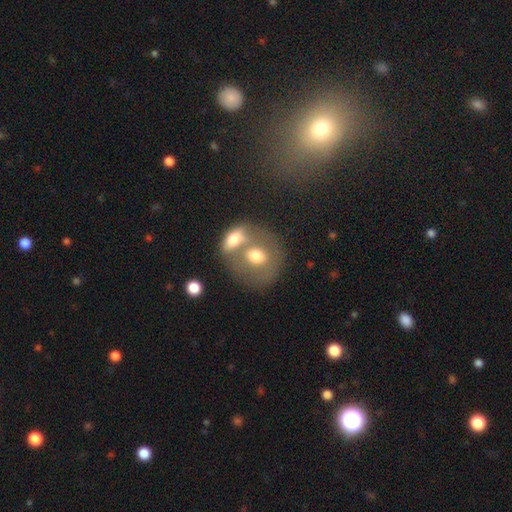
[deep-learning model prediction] A smooth galaxy with no disk features (60%) that is round (68%).

Vote fractions:
- Smooth or featured? smooth: 60% / featured or disk: 32% / star or artifact: 8%
- How rounded? round: 68% / in between: 30% / cigar-shaped: 2%
- Merging? merger: 47% / none: 38% / minor disturbance: 10% / major disturbance: 6%